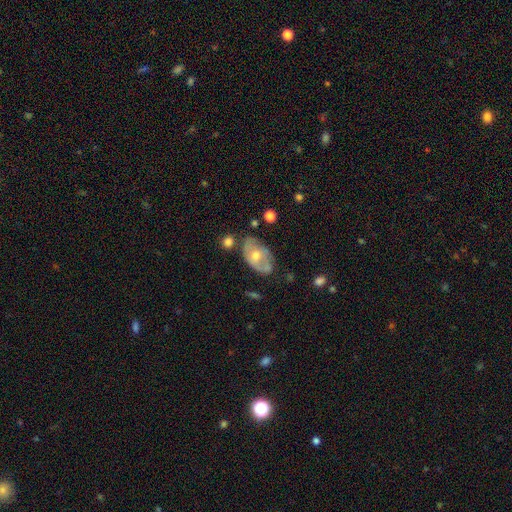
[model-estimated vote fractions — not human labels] This appears to be a featured or disk galaxy (57%) with no bar (77%), no spiral arms (56%) and a moderate central bulge (63%). Merging: none (52%).